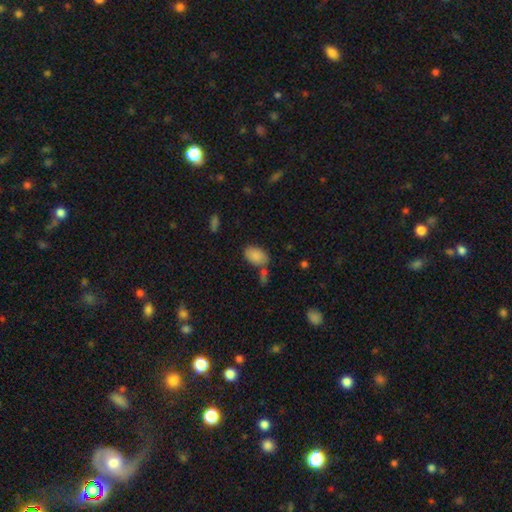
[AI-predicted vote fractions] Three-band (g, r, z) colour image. It shows a smooth galaxy with no disk features (86%) that is in between round and cigar-shaped (91%). Merging: none (63%).